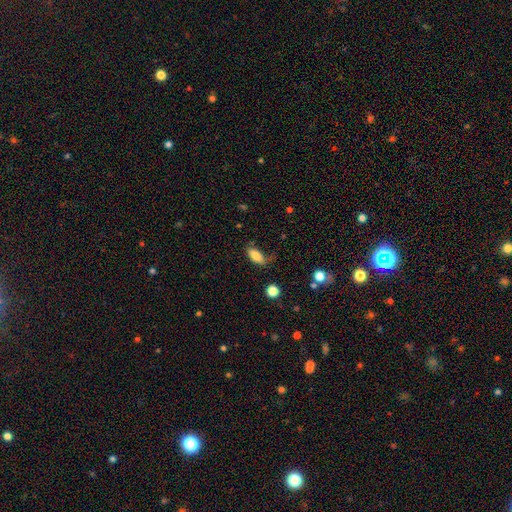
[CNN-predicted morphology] Overall: smooth (80%). How rounded: in between (86%). Merging: none (54%; minor disturbance 29%).